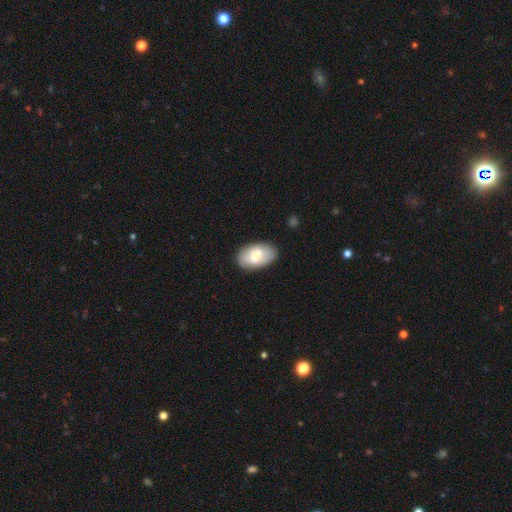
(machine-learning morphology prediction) smooth-or-featured: smooth: 63% | featured or disk: 30% | star or artifact: 6%
  how-rounded: in between: 93% | round: 5% | cigar-shaped: 1%
  merging: none: 81% | minor disturbance: 14% | major disturbance: 3% | merger: 1%